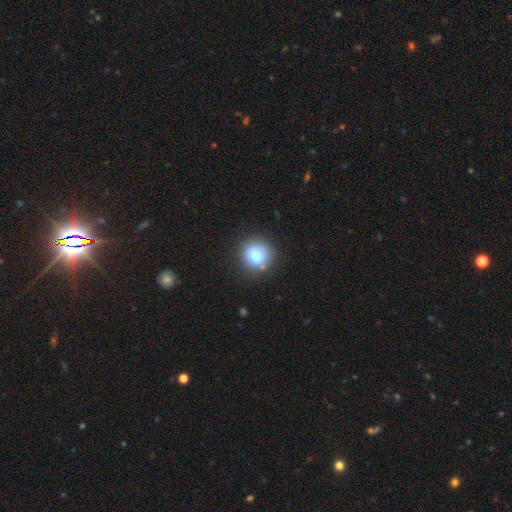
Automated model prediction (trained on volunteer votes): A smooth galaxy with no disk features (78%) that is round (90%). Merging: none (80%).